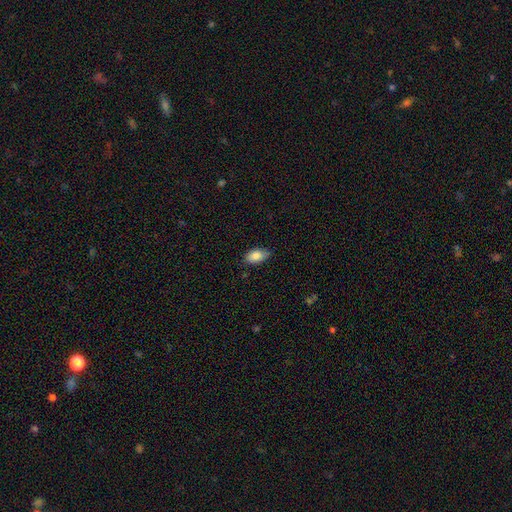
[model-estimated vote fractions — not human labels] Smooth or featured?
  - smooth: 84% *
  - featured or disk: 8%
  - star or artifact: 7%
How rounded?
  - in between: 92% *
  - round: 4%
  - cigar-shaped: 3%
Merging?
  - none: 78% *
  - minor disturbance: 18%
  - major disturbance: 3%
  - merger: 1%